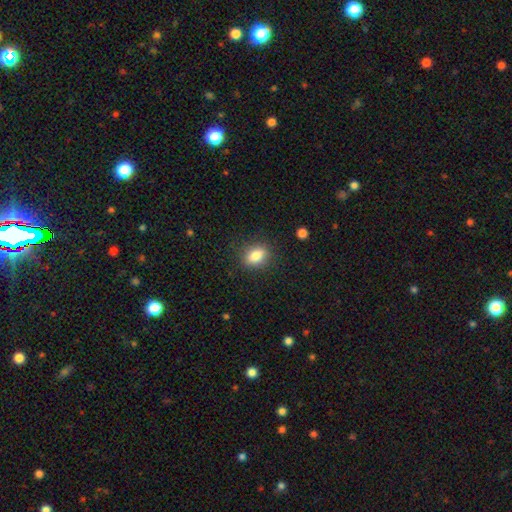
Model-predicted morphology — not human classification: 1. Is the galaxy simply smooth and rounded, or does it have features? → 82% smooth, 9% star or artifact, 8% featured or disk.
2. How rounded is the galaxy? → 72% in between, 24% round, 3% cigar-shaped.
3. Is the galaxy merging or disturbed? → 86% none, 10% minor disturbance, 3% major disturbance, 1% merger.